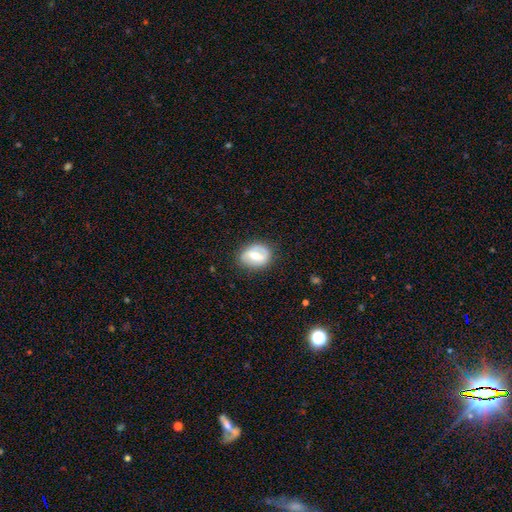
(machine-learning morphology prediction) smooth 47%, featured or disk 45%, star or artifact 7%. Down the decision tree: merging — none (75%).